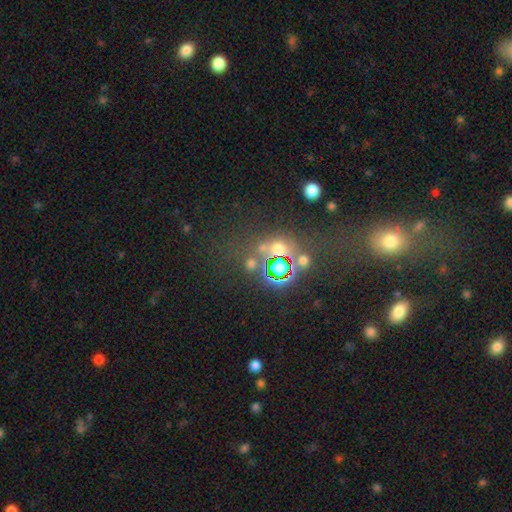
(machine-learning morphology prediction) A star or artifact, not a galaxy (65%).